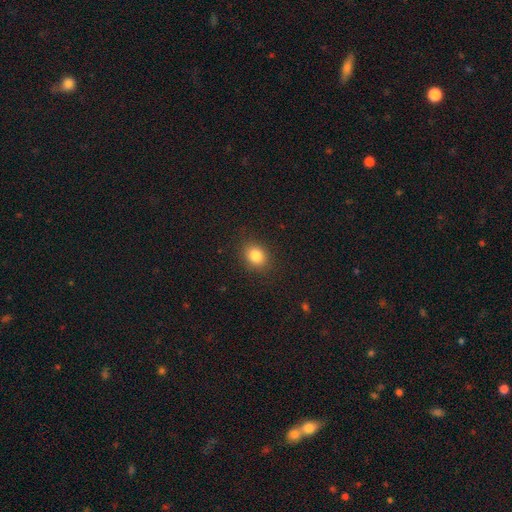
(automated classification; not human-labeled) Morphology: type=smooth (83%); roundness=round (52%); merging=none (88%).